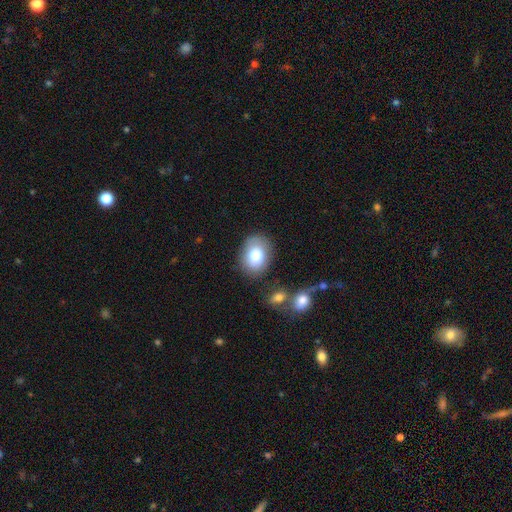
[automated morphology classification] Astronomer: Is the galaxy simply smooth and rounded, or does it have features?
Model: smooth — 78%.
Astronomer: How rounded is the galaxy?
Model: in between — 63%.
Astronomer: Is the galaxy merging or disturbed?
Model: none — 80%.